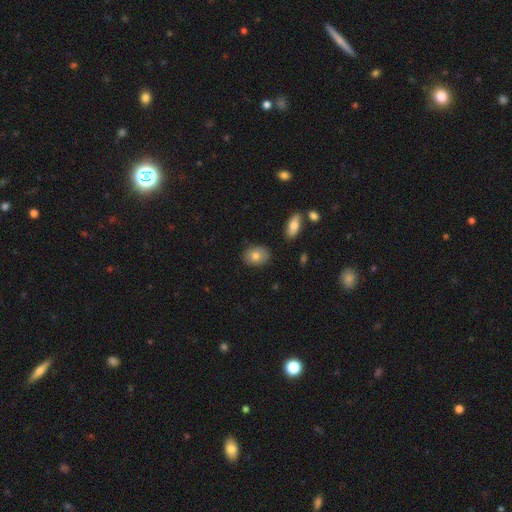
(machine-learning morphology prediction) type=smooth (78%); roundness=in between (67%); merging=none (85%).